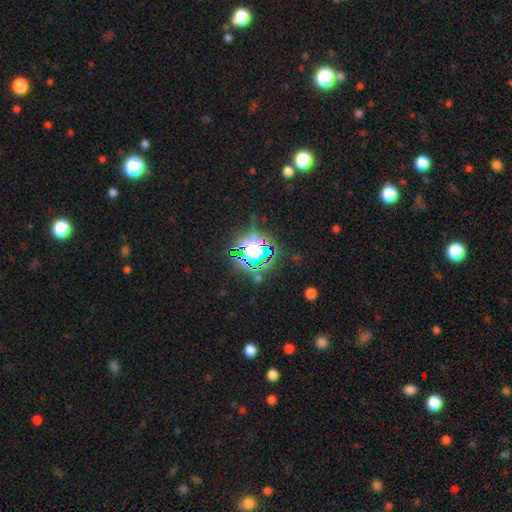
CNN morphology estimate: Smooth or featured?
  - star or artifact: 76% *
  - smooth: 15%
  - featured or disk: 9%